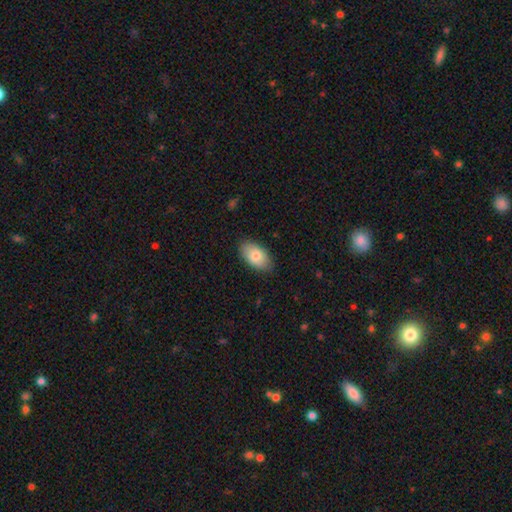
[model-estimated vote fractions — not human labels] smooth-or-featured: smooth: 80% | featured or disk: 13% | star or artifact: 6%
  how-rounded: in between: 94% | round: 4% | cigar-shaped: 2%
  merging: none: 86% | minor disturbance: 11% | major disturbance: 2% | merger: 1%